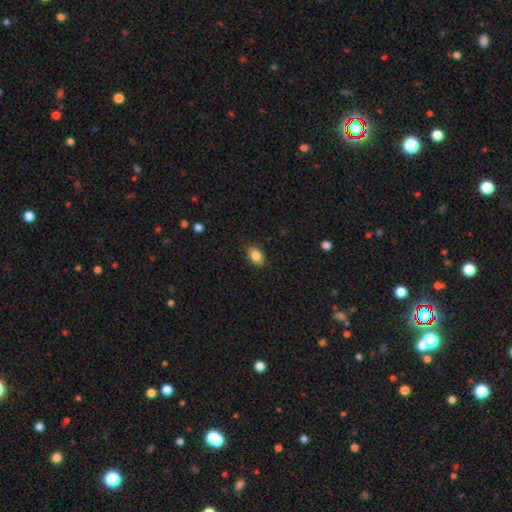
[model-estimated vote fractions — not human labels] smooth_or_featured: smooth (p=0.86) [alt: star or artifact p=0.08]
how_rounded: in between (p=0.87) [alt: round p=0.11]
merging: none (p=0.87) [alt: minor disturbance p=0.09]